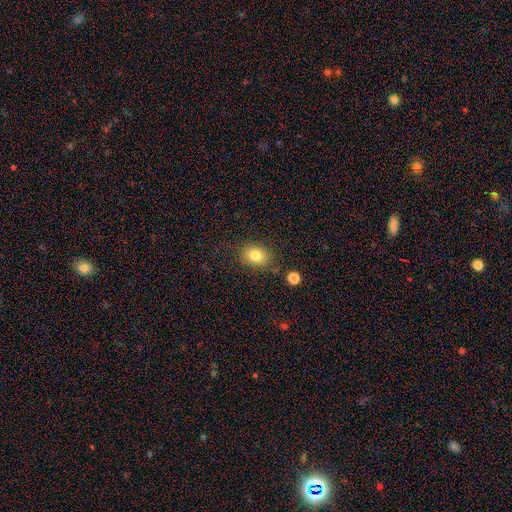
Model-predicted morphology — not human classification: smooth 83%, star or artifact 10%, featured or disk 8%. Down the decision tree: how rounded — in between (63%); merging — none (79%).